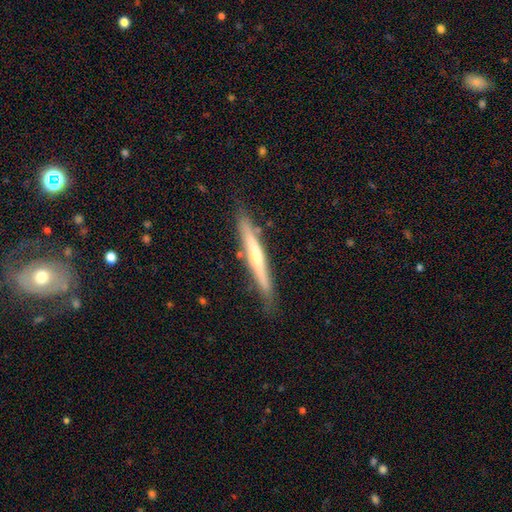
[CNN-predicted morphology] This is likely a featured or disk galaxy (61%). It is clearly viewed edge-on (95%). Edge-on bulge: likely rounded (65%). Merging: clearly none (82%).